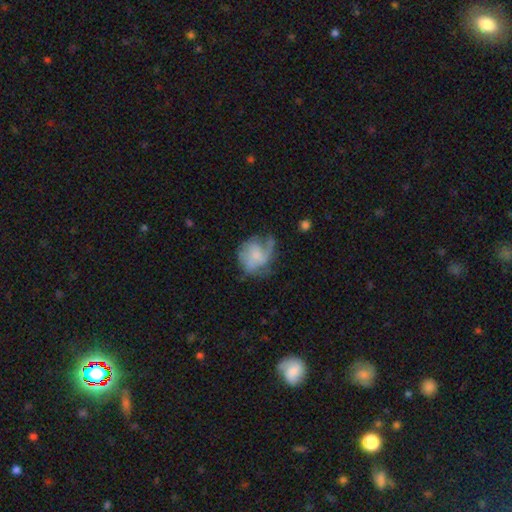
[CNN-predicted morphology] type=featured or disk (58%); edge-on=no (98%); bar=no (73%); spiral arms=yes (74%); bulge=small (45%); merging=none (42%).